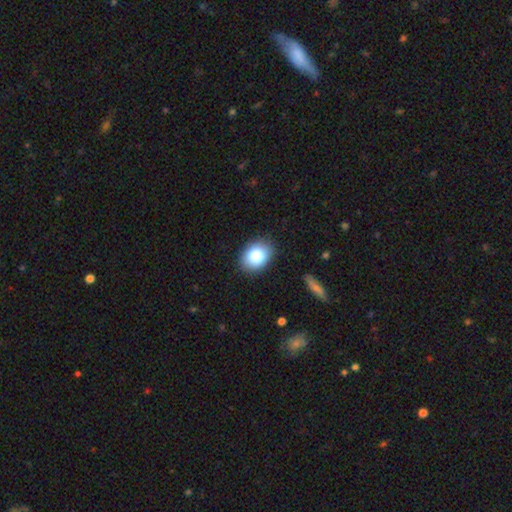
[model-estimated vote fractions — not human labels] Smooth or featured? smooth (82%)
How rounded? in between (69%)
Merging? none (87%)